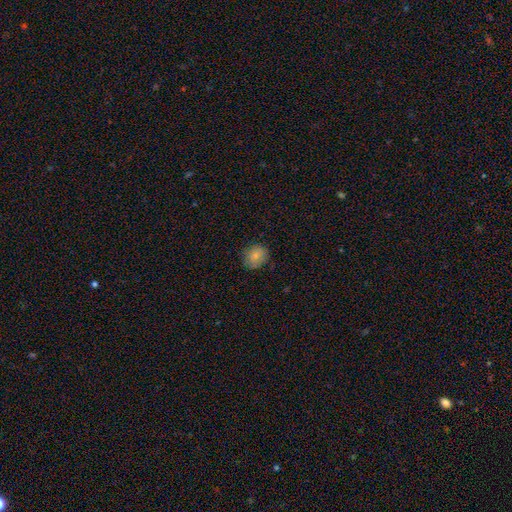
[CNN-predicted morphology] smooth_or_featured: smooth (p=0.83) [alt: star or artifact p=0.09]
how_rounded: round (p=0.71) [alt: in between p=0.28]
merging: none (p=0.83) [alt: minor disturbance p=0.13]